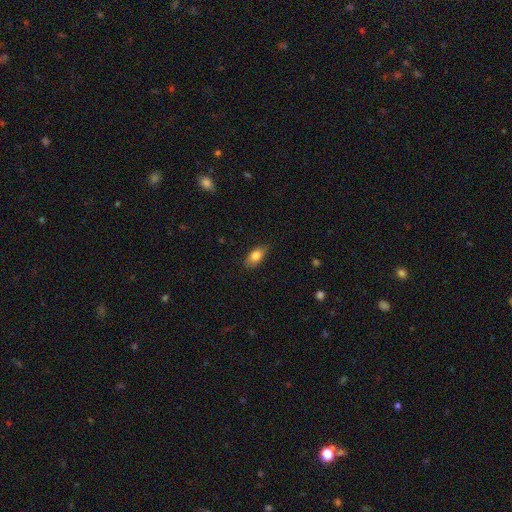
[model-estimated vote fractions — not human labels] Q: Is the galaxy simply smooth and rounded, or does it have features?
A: smooth — 81%.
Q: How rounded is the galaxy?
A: in between — 88%.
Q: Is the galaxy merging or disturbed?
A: none — 83%.